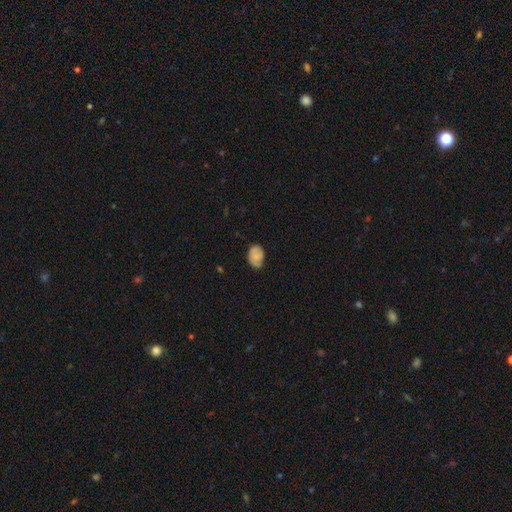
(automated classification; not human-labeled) Smooth or featured? Predicted: smooth (p=0.60). How rounded? Predicted: in between (p=0.78). Merging? Predicted: none (p=0.64).